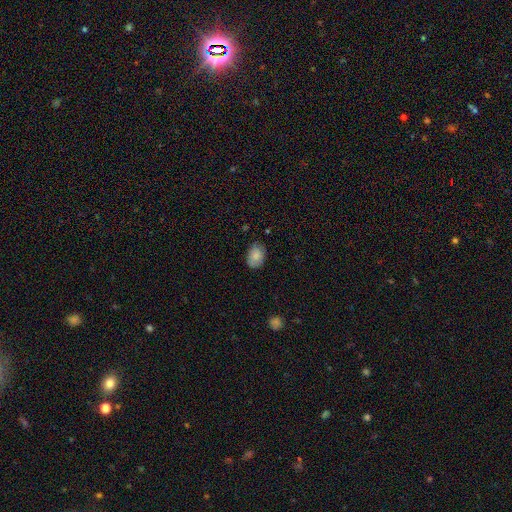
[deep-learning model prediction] smooth-or-featured: smooth: 82% | featured or disk: 11% | star or artifact: 7%
  how-rounded: in between: 81% | round: 18% | cigar-shaped: 1%
  merging: none: 75% | minor disturbance: 20% | major disturbance: 4% | merger: 1%